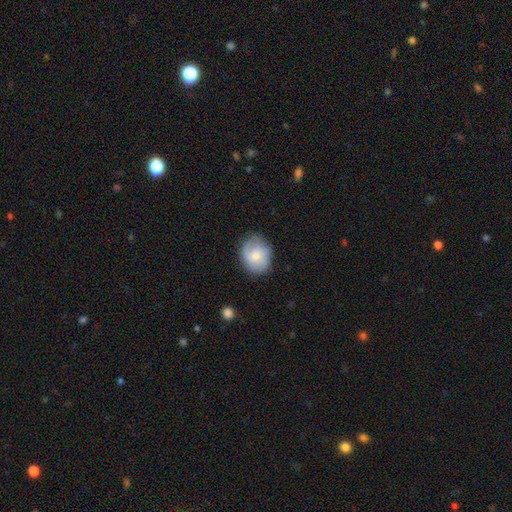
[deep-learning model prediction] Smooth or featured? smooth (49%)
Merging? none (73%)